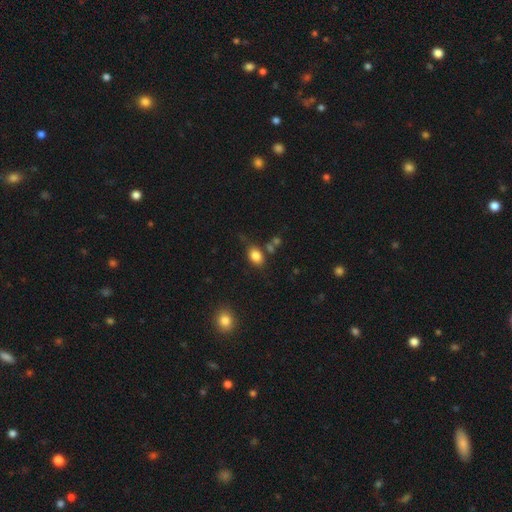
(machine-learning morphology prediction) Smooth or featured? smooth (83%)
How rounded? in between (76%)
Merging? none (69%)